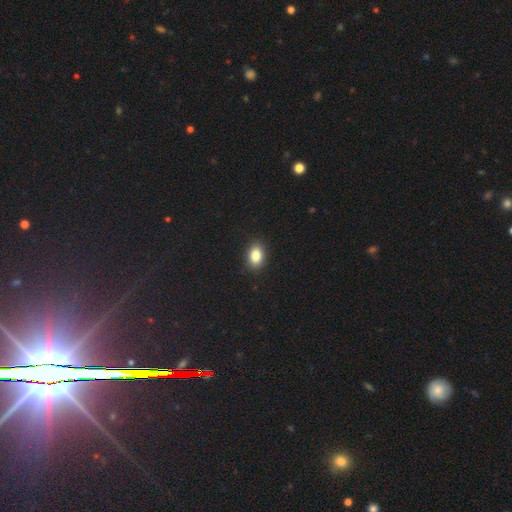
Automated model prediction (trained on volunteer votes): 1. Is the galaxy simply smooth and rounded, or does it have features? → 85% smooth, 9% star or artifact, 6% featured or disk.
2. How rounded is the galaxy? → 82% in between, 17% round, 1% cigar-shaped.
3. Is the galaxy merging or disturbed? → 90% none, 8% minor disturbance, 2% major disturbance, 1% merger.